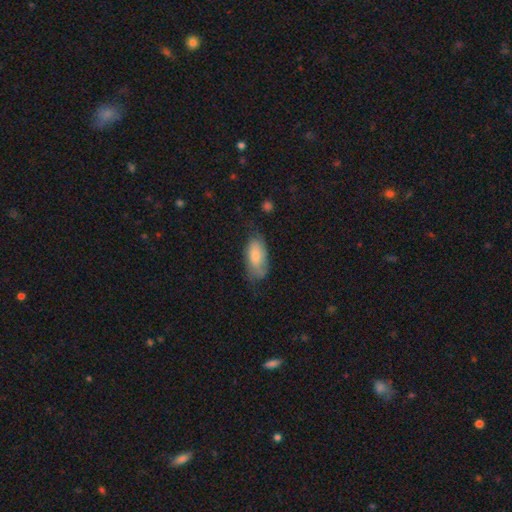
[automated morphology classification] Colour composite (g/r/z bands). It shows a smooth galaxy with no disk features (76%) that is in between round and cigar-shaped (89%). Merging: none (56%).